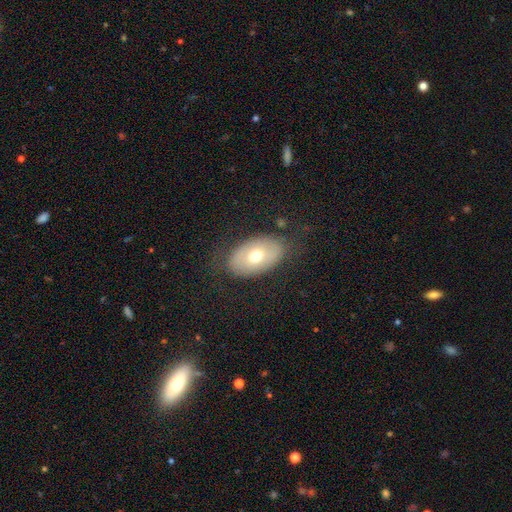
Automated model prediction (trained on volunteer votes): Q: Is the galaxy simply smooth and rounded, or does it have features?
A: smooth — 61%.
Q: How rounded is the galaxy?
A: in between — 91%.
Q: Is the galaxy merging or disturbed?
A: none — 77%.